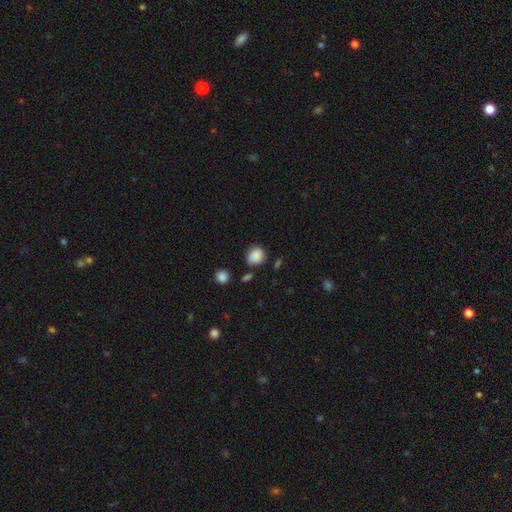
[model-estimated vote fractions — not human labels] Smooth or featured: smooth — 87% (star or artifact — 9%)
How rounded: round — 77% (in between — 22%)
Merging: none — 74% (minor disturbance — 16%)